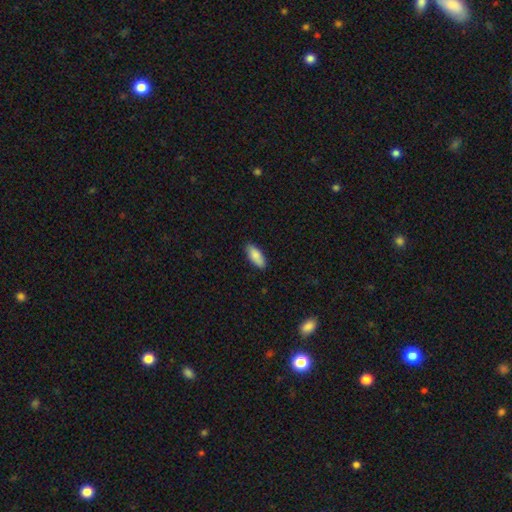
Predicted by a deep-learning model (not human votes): Morphology: type=smooth (85%); roundness=in between (79%); merging=none (87%).